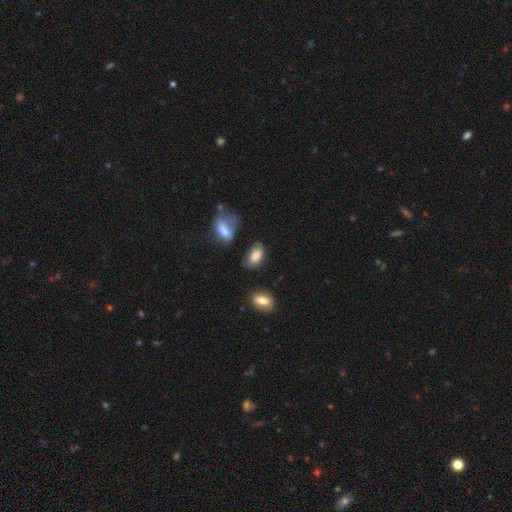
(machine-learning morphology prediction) smooth 78%, featured or disk 14%, star or artifact 9%. Down the decision tree: how rounded — in between (92%); merging — none (55%).